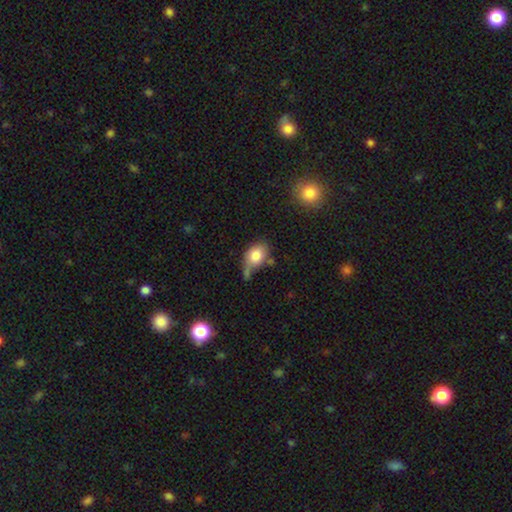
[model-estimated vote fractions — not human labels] The model was most divided on "merging": none: 40%, minor disturbance: 27%, merger: 19%, major disturbance: 14%. More confident: smooth or featured — smooth (78%); how rounded — in between (72%).